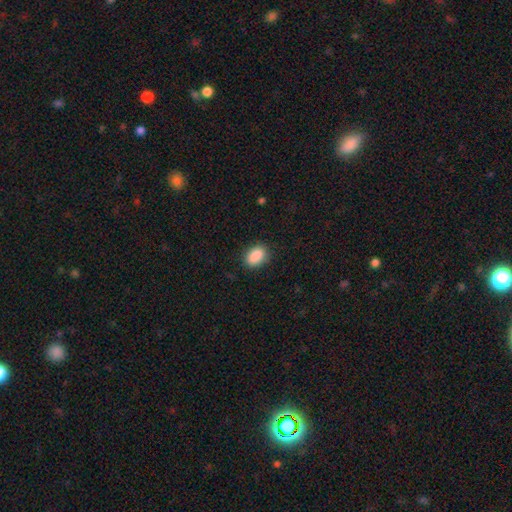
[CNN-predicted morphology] type=smooth (90%); roundness=in between (85%); merging=none (85%).